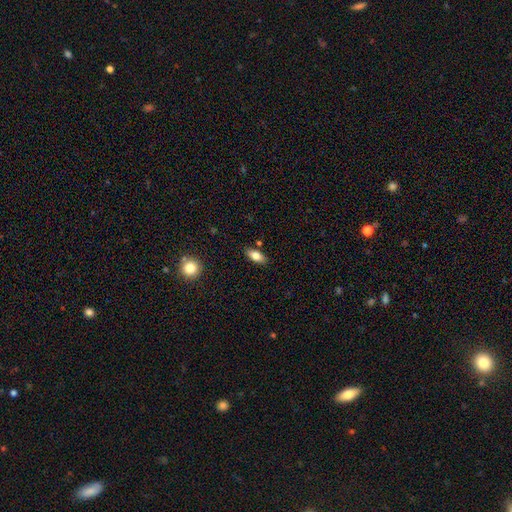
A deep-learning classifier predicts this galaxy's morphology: A smooth galaxy with no disk features (80%) that is in between round and cigar-shaped (86%). Merging: none (85%).